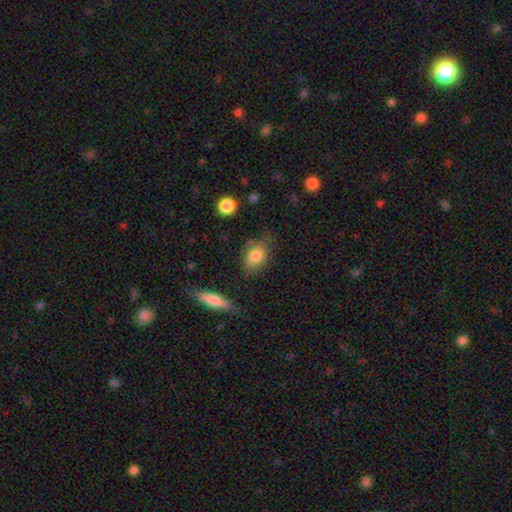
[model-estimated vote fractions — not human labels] Morphology: type=smooth (81%); roundness=in between (75%); merging=none (66%).